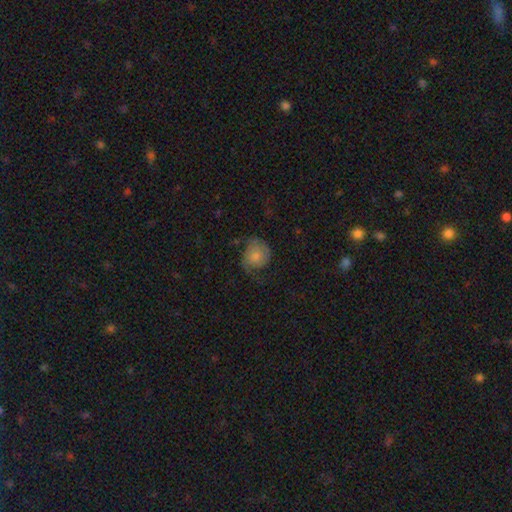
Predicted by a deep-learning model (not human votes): This appears to be a smooth galaxy with no disk features (59%) that is round (71%). Merging: none (42%).